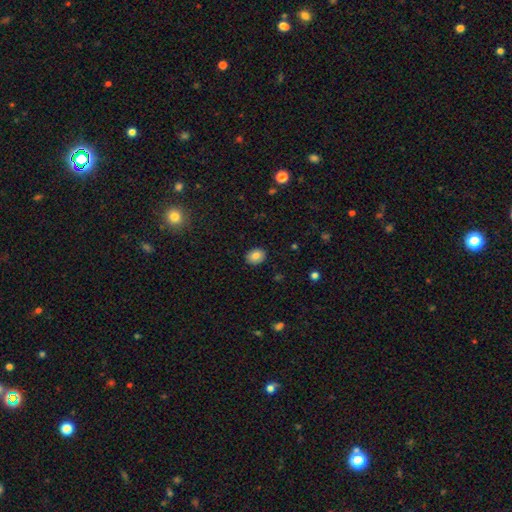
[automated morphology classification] This is clearly a smooth galaxy (82%). How rounded: possibly in between (57%). Merging: clearly none (89%).